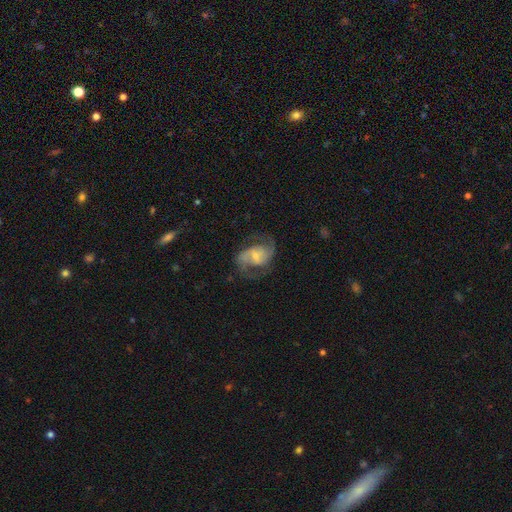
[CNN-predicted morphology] Smooth or featured: featured or disk — 82% (smooth — 12%)
Edge-on disk: no — 98% (yes — 2%)
Bar: weak — 46% (no — 39%)
Spiral arms: yes — 95% (no — 5%)
Spiral winding: medium — 52% (loose — 35%)
Spiral arm count: 2 — 91% (can't tell — 4%)
Bulge size: small — 49% (moderate — 34%)
Merging: none — 69% (minor disturbance — 16%)